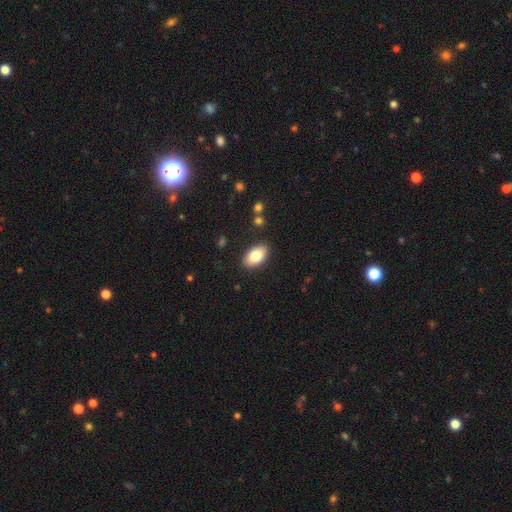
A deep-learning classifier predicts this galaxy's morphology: Smooth or featured: smooth — 81% (featured or disk — 12%)
How rounded: in between — 93% (round — 5%)
Merging: none — 87% (minor disturbance — 9%)